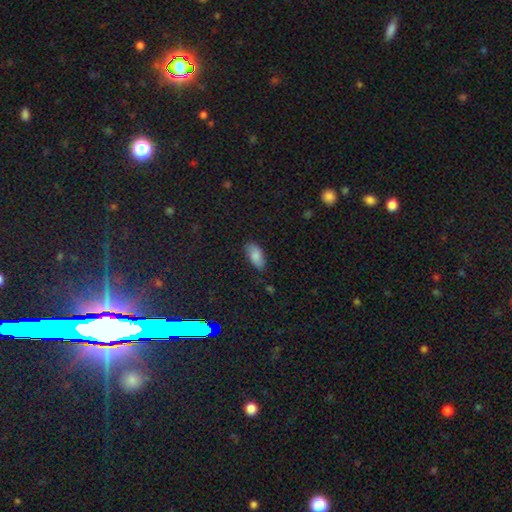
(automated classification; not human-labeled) Smooth or featured? Predicted: smooth (p=0.82). How rounded? Predicted: in between (p=0.92). Merging? Predicted: none (p=0.78).